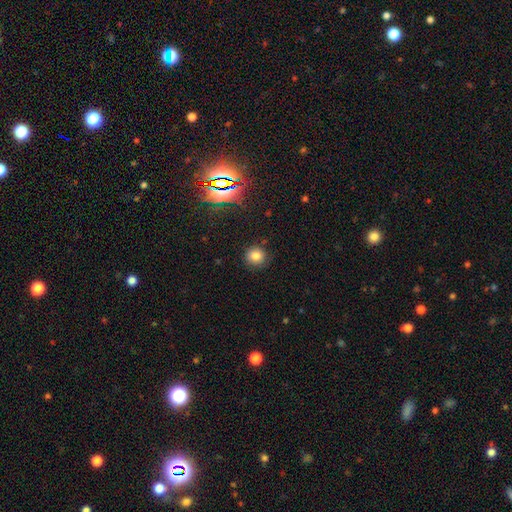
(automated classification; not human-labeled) Q: Smooth or featured?
A: smooth (78%); runner-up: star or artifact (16%)
Q: How rounded?
A: round (89%); runner-up: in between (10%)
Q: Merging?
A: none (84%); runner-up: minor disturbance (11%)